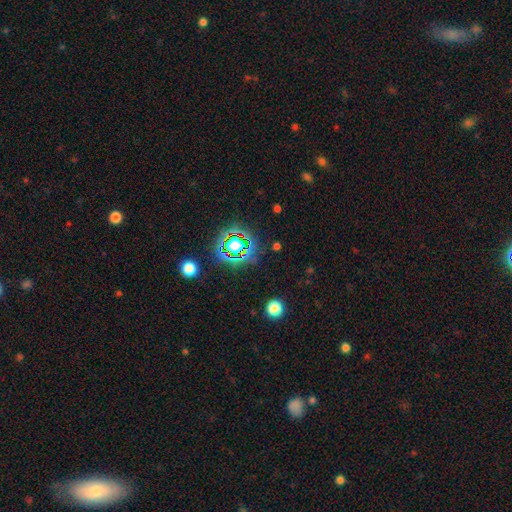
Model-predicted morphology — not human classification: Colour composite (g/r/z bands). It shows a star or artifact, not a galaxy (66%).